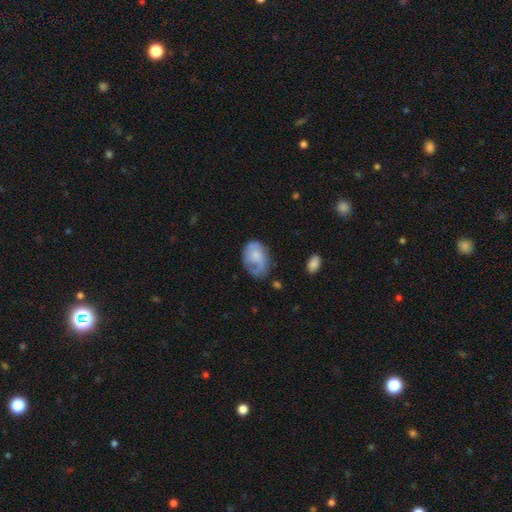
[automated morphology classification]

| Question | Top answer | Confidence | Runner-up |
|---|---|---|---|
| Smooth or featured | smooth | 46% | tied: featured or disk (46%) |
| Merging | none | 48% | minor disturbance (30%) |